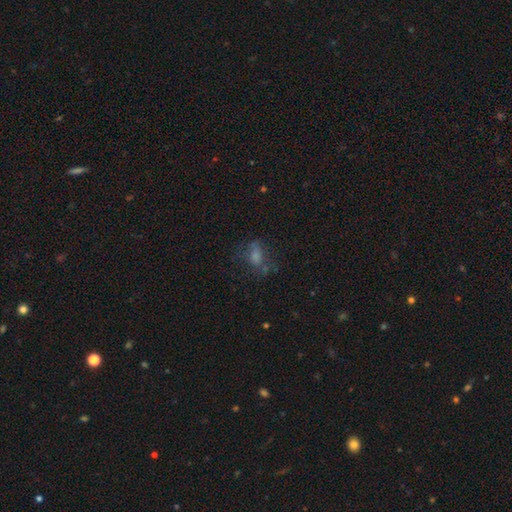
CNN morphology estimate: A smooth galaxy with no disk features (42%).

Vote fractions:
- Smooth or featured? smooth: 42% / featured or disk: 30% / star or artifact: 28%
- Merging? none: 54% / major disturbance: 22% / minor disturbance: 21% / merger: 3%